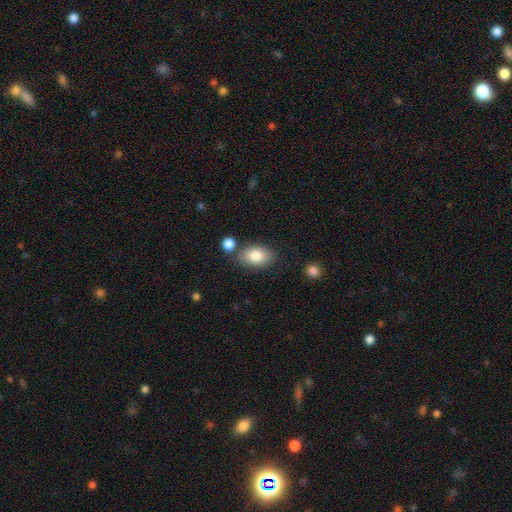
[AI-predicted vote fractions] smooth 83%, featured or disk 10%, star or artifact 7%. Down the decision tree: how rounded — in between (89%); merging — none (75%).